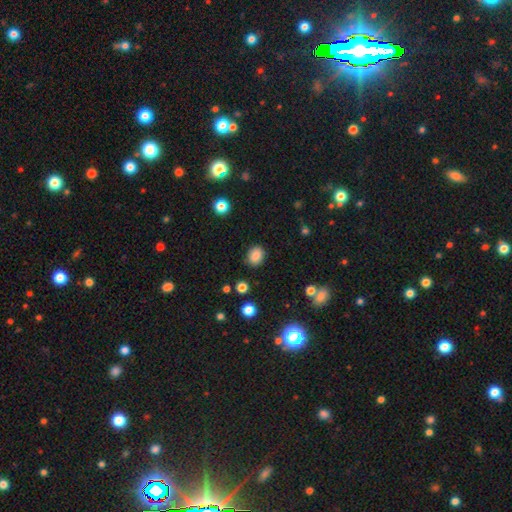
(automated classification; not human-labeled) A smooth galaxy with no disk features (85%) that is round (52%).

Vote fractions:
- Smooth or featured? smooth: 85% / star or artifact: 10% / featured or disk: 4%
- How rounded? round: 52% / in between: 47% / cigar-shaped: 1%
- Merging? none: 87% / minor disturbance: 9% / major disturbance: 3% / merger: 2%